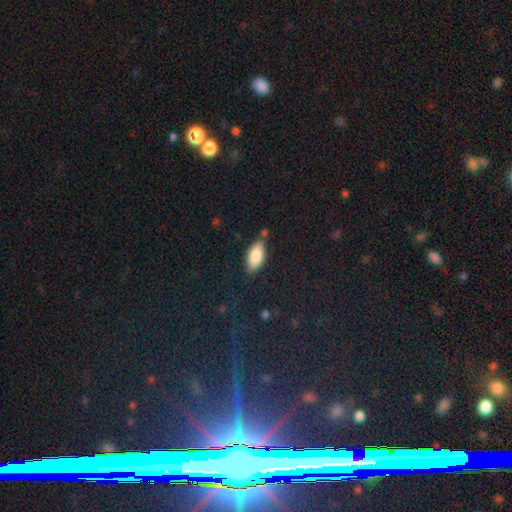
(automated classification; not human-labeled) This is clearly a smooth galaxy (83%). How rounded: clearly in between (89%). Merging: likely none (69%).